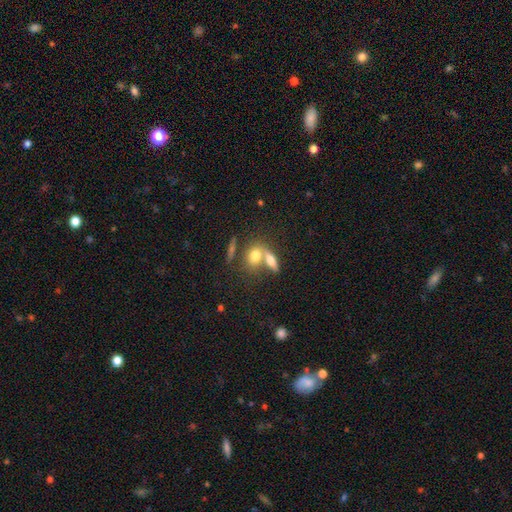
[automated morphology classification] smooth 70%, featured or disk 22%, star or artifact 9%. Down the decision tree: how rounded — in between (62%); merging — merger (53%).